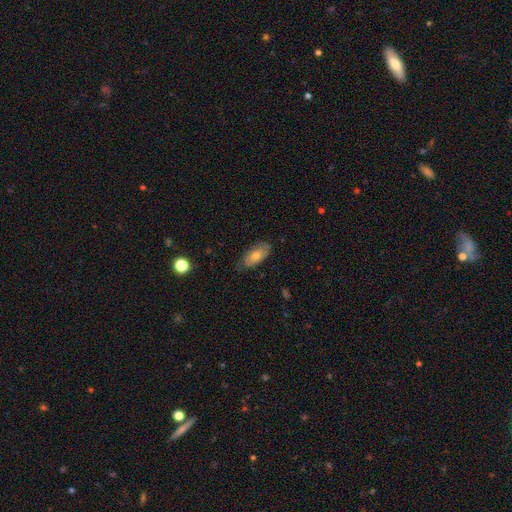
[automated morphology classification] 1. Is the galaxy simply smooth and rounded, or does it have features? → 63% smooth, 29% featured or disk, 8% star or artifact.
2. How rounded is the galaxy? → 87% in between, 10% cigar-shaped, 3% round.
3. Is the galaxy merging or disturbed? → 76% none, 19% minor disturbance, 3% major disturbance, 1% merger.